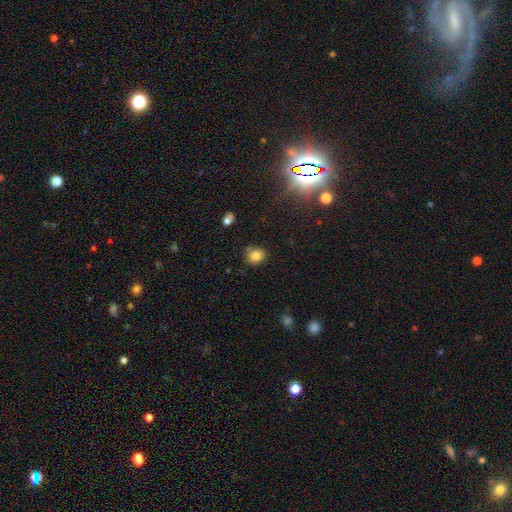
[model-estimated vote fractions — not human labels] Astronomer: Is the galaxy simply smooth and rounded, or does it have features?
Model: smooth — 81%.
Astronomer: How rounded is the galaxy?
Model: round — 75%.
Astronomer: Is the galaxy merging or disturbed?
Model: none — 76%.